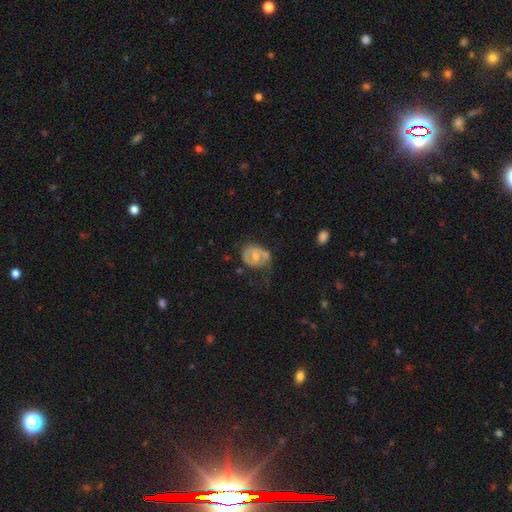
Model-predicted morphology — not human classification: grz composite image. It shows a featured or disk galaxy (56%) with no bar (62%), spiral arms (51%) and a moderate central bulge (61%). Merging: none (37%).